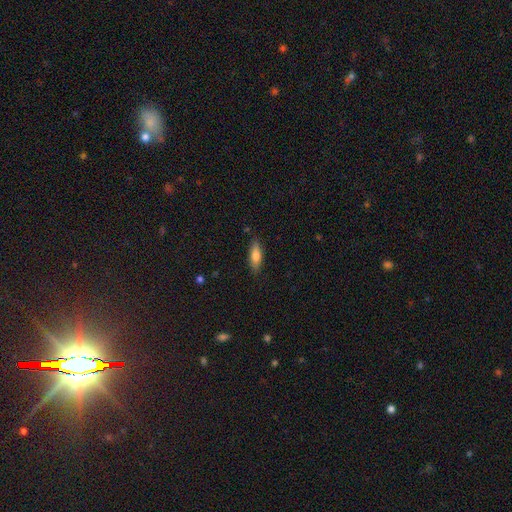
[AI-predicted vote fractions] The model was most divided on "how rounded": in between: 51%, cigar-shaped: 47%, round: 2%. More confident: merging — none (85%); smooth or featured — smooth (71%).